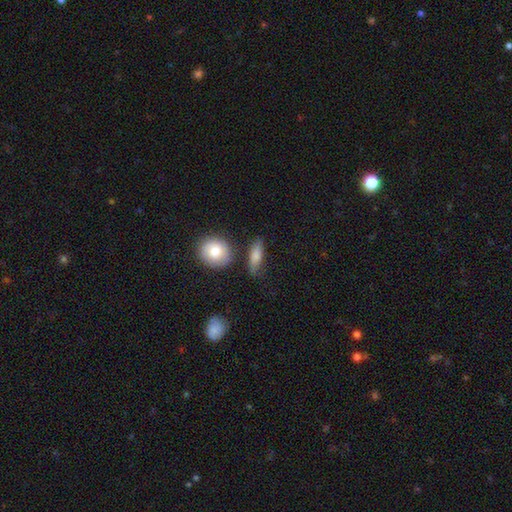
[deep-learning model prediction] Q: Smooth or featured?
A: smooth (77%); runner-up: featured or disk (16%)
Q: How rounded?
A: in between (53%); runner-up: cigar-shaped (38%)
Q: Merging?
A: none (73%); runner-up: minor disturbance (16%)